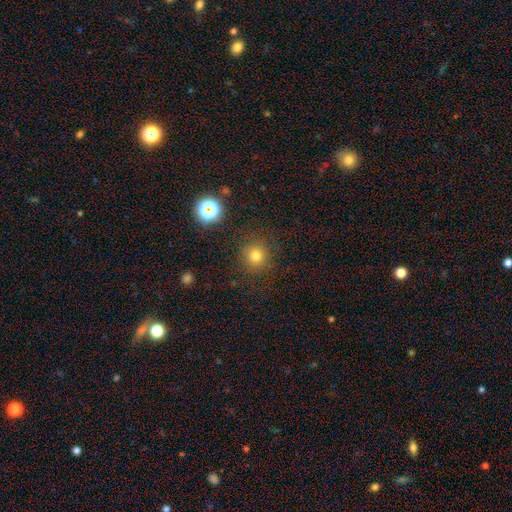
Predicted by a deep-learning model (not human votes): Morphology: type=smooth (75%); roundness=round (93%); merging=none (86%).